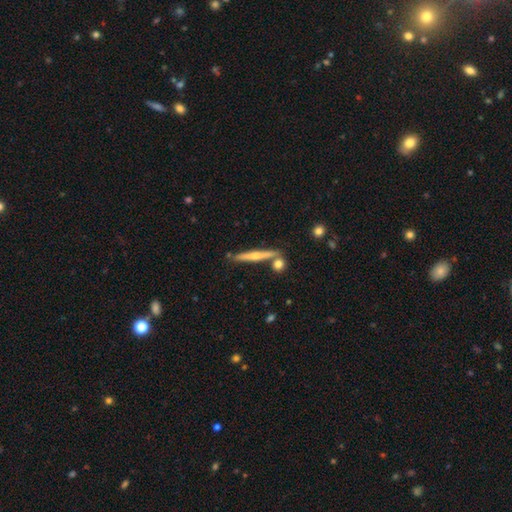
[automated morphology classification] featured or disk 60%, smooth 29%, star or artifact 11%. Down the decision tree: edge-on disk — yes (92%); edge-on bulge — rounded (71%); merging — none (72%).